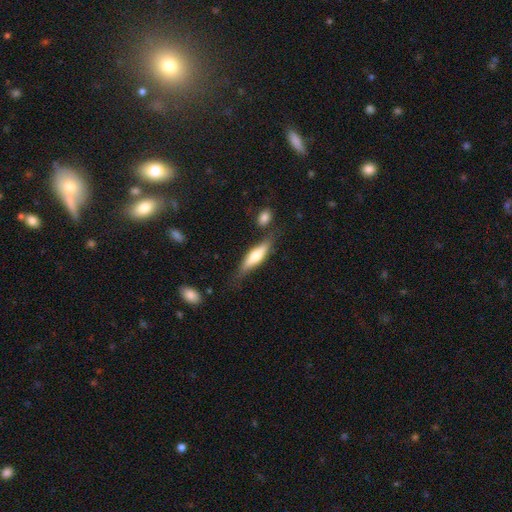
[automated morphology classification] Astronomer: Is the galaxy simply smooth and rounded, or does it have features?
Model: smooth — 57% (runner-up: featured or disk, 37%).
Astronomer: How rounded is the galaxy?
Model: cigar-shaped — 65%.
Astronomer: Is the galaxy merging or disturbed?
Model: none — 65%.